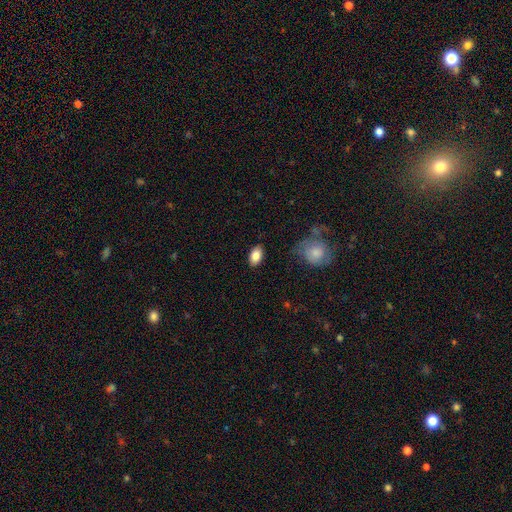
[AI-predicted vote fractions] smooth 84%, featured or disk 9%, star or artifact 7%. Down the decision tree: how rounded — in between (91%); merging — none (85%).